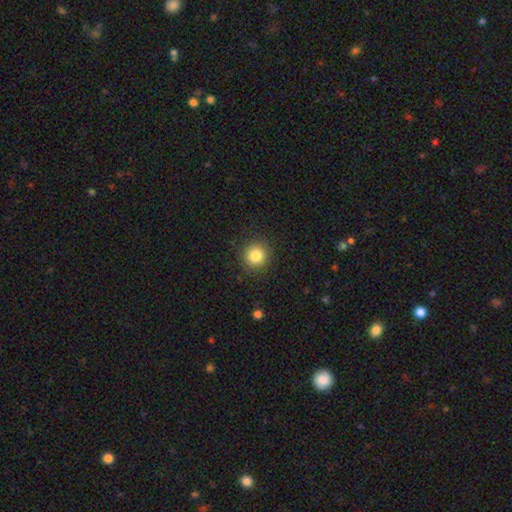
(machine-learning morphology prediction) type=smooth (83%); roundness=round (93%); merging=none (90%).